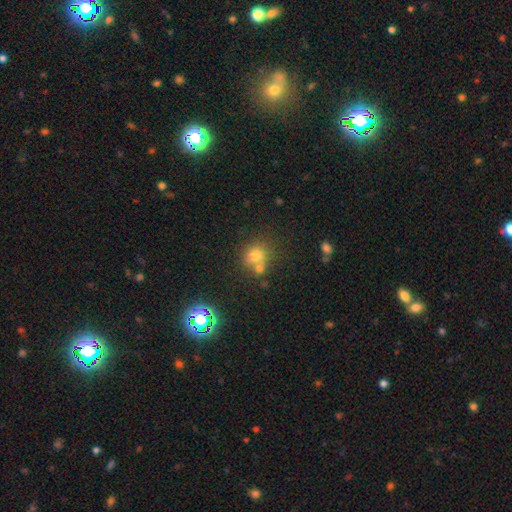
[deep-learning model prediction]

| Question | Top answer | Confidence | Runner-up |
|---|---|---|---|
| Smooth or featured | smooth | 71% | star or artifact (16%) |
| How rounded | round | 82% | in between (17%) |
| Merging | none | 50% | merger (34%) |